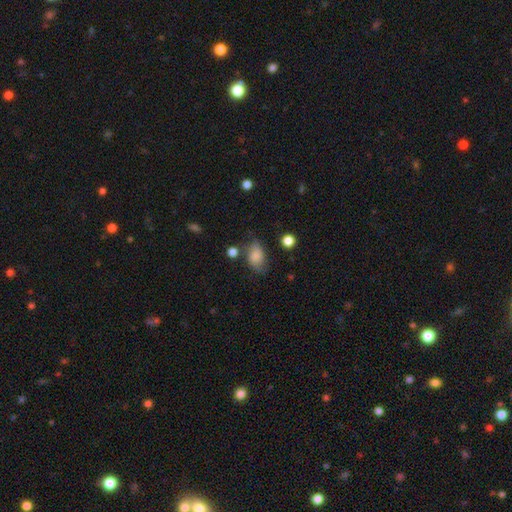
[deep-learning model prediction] A smooth galaxy with no disk features (76%) that is in between round and cigar-shaped (81%). Merging: none (53%).